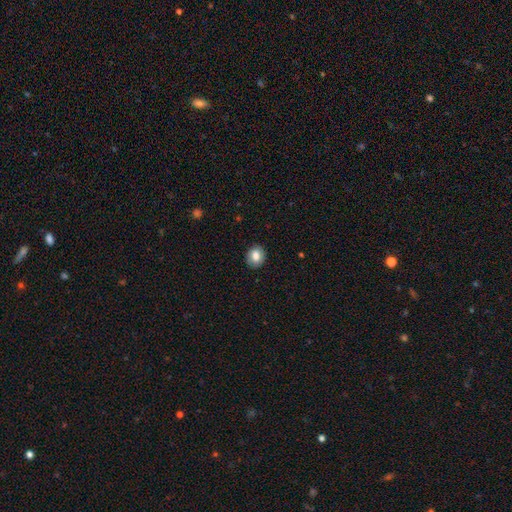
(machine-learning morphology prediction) This appears to be a smooth galaxy with no disk features (81%) that is round (64%). Merging: none (89%).